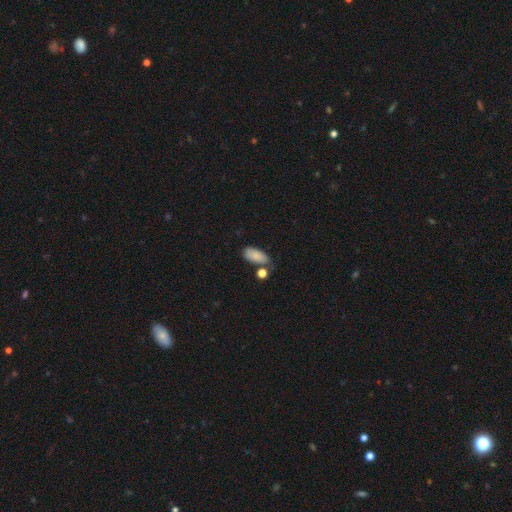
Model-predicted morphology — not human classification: The model was most divided on "merging": none: 60%, minor disturbance: 22%, merger: 12%, major disturbance: 6%. More confident: how rounded — in between (89%); smooth or featured — smooth (84%).